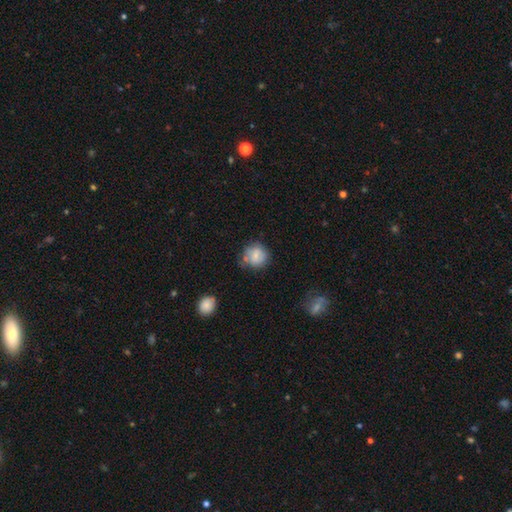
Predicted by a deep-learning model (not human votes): The model was most divided on "merging": none: 63%, minor disturbance: 23%, major disturbance: 7%, merger: 6%. More confident: how rounded — round (85%); smooth or featured — smooth (70%).